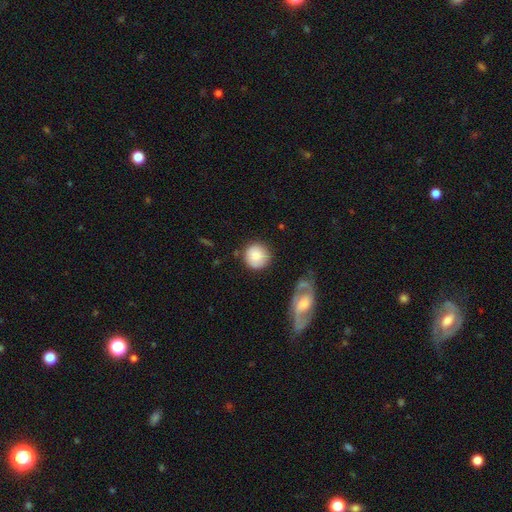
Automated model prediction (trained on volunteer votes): Smooth or featured? Predicted: smooth (p=0.80). How rounded? Predicted: round (p=0.92). Merging? Predicted: none (p=0.78).